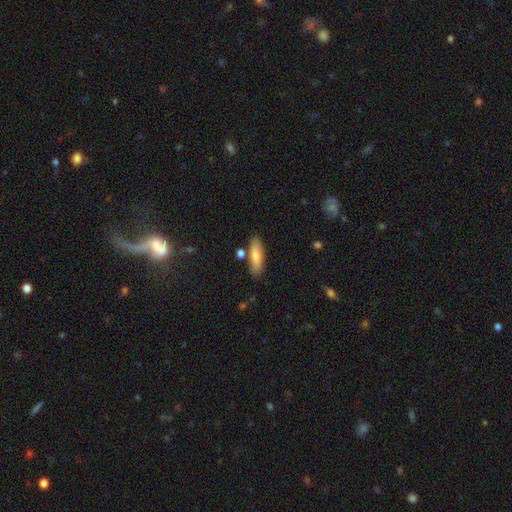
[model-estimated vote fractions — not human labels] smooth 80%, featured or disk 13%, star or artifact 6%. Down the decision tree: how rounded — cigar-shaped (51%); merging — none (82%).